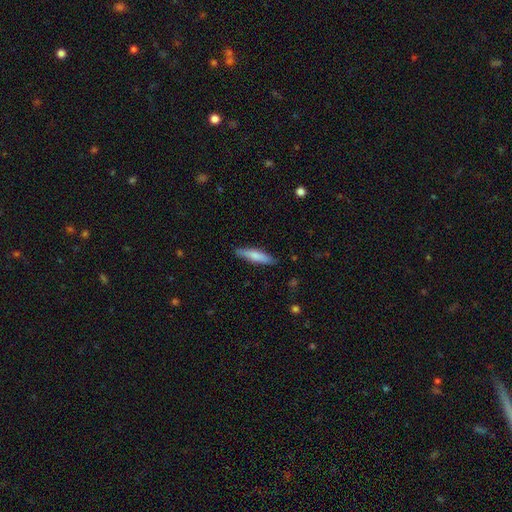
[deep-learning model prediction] smooth-or-featured: smooth: 73% | featured or disk: 21% | star or artifact: 5%
  how-rounded: cigar-shaped: 80% | in between: 18% | round: 1%
  merging: none: 87% | minor disturbance: 10% | major disturbance: 2% | merger: 1%